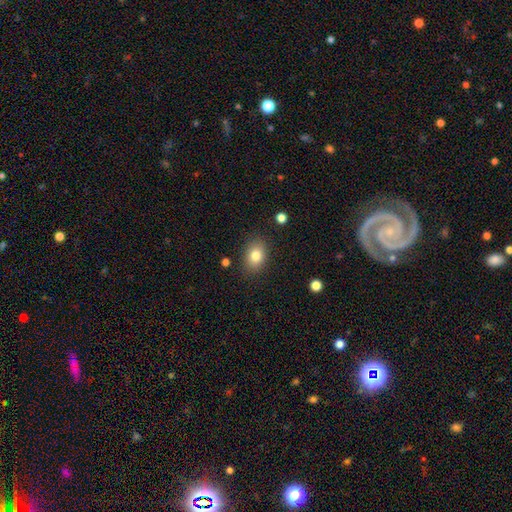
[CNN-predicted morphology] smooth 81%, star or artifact 9%, featured or disk 9%. Down the decision tree: how rounded — in between (72%); merging — none (86%).